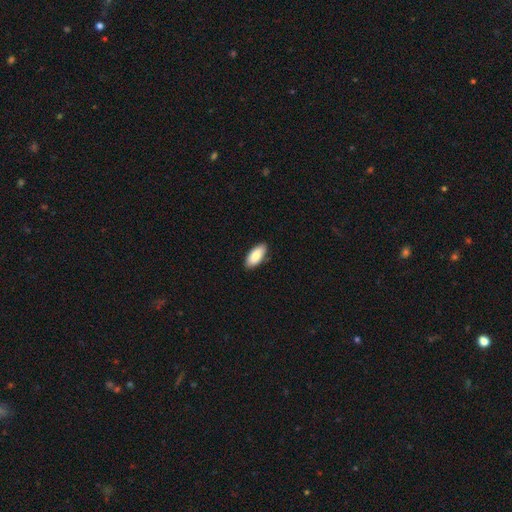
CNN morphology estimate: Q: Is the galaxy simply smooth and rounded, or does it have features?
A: smooth — 84%.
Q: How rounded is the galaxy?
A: in between — 90%.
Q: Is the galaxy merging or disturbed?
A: none — 86%.